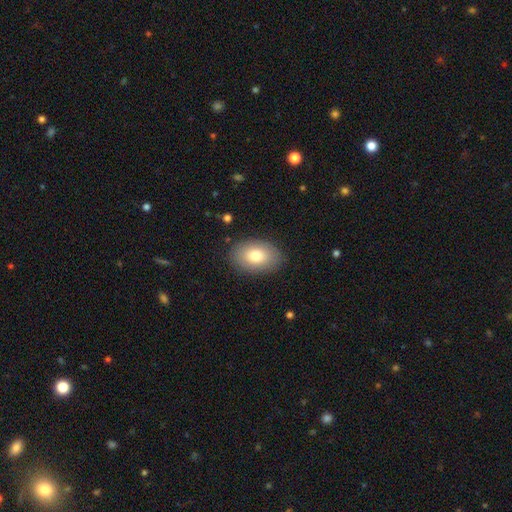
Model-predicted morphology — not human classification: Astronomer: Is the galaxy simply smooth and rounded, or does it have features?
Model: smooth — 77%.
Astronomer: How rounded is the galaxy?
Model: in between — 87%.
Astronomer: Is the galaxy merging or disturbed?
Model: none — 86%.